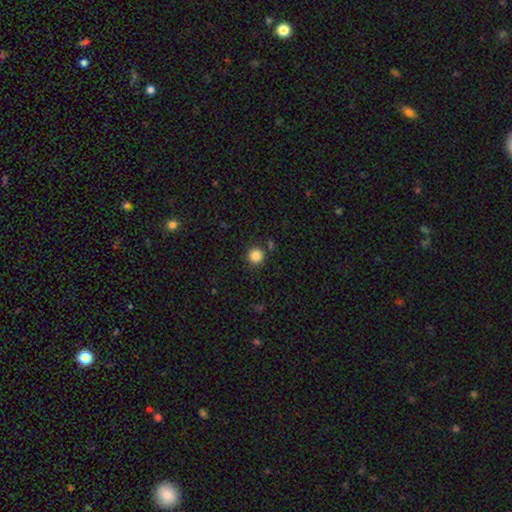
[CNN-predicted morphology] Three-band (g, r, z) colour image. It shows a smooth galaxy with no disk features (84%) that is round (95%). Merging: none (89%).